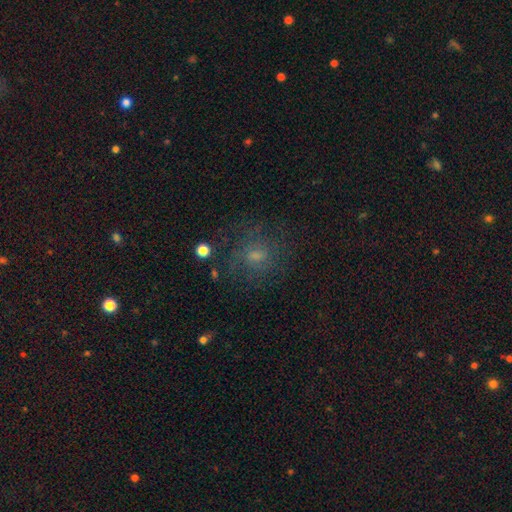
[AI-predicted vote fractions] smooth 44%, featured or disk 36%, star or artifact 20%. Down the decision tree: merging — none (68%).